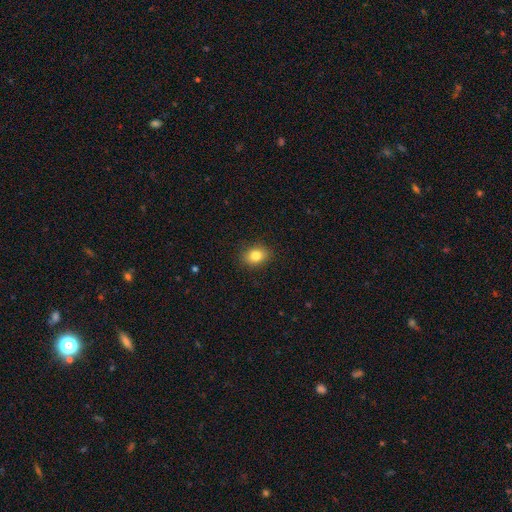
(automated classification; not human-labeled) This is clearly a smooth galaxy (82%). How rounded: possibly in between (56%). Merging: clearly none (88%).